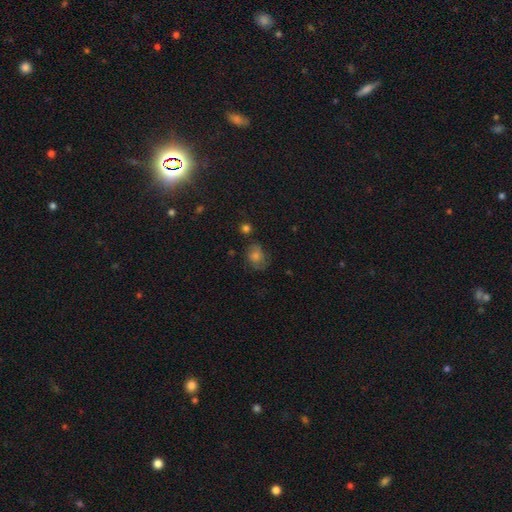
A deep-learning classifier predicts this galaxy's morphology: A smooth galaxy with no disk features (53%) that is round (61%). Merging: none (65%).